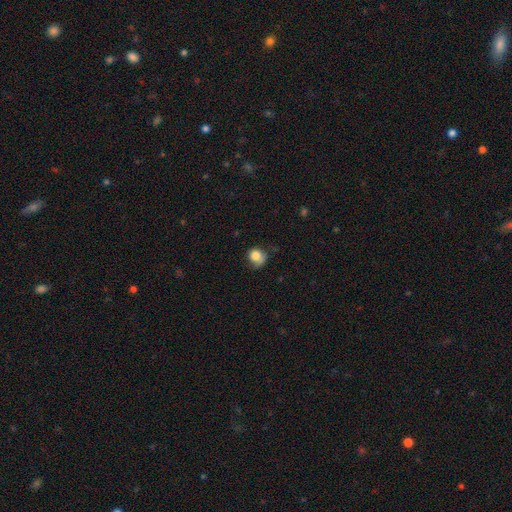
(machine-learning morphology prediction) This is likely a smooth galaxy (80%). How rounded: likely round (76%). Merging: possibly none (47%).